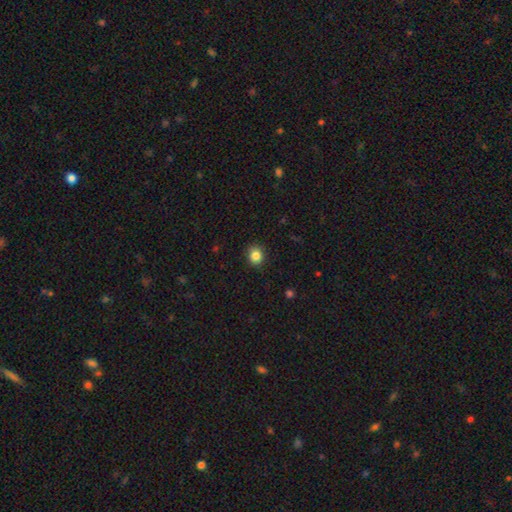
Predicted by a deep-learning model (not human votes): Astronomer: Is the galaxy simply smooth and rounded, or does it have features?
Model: smooth — 85%.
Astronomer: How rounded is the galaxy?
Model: round — 70%.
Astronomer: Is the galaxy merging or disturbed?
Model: none — 90%.